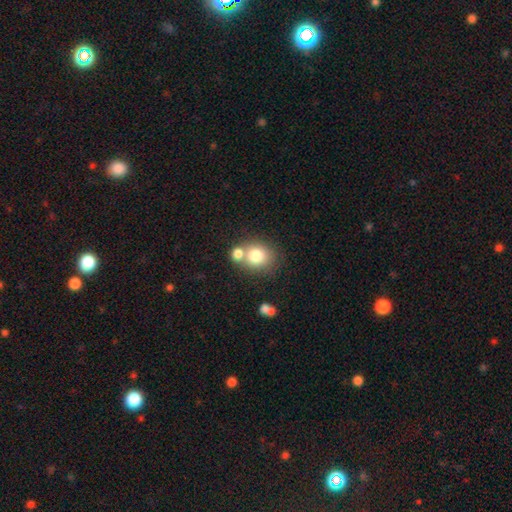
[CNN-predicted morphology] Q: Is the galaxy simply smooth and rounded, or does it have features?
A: smooth — 77%.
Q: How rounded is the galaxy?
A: round — 72%.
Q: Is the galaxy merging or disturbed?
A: none — 47%.